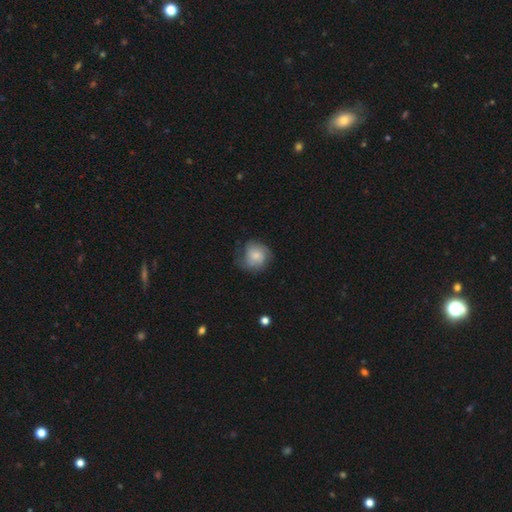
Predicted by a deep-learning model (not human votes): Overall: smooth (57%; featured or disk 36%). How rounded: round (82%). Merging: none (59%; minor disturbance 27%).